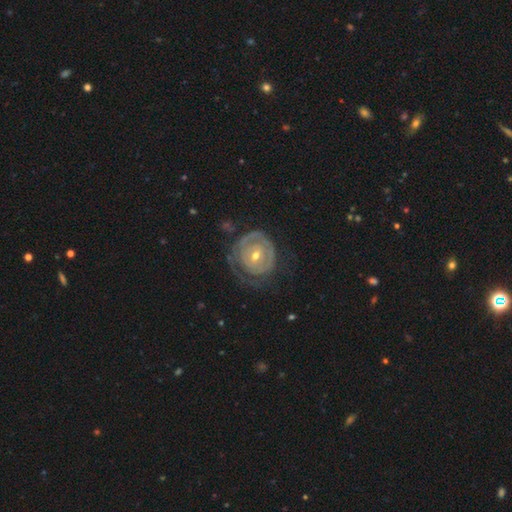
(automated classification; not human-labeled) Overall: featured or disk (77%). Edge-on disk: no (97%). Bar: no (61%; weak 30%). Spiral arms: yes (71%). Spiral arm count: can't tell (44%; 2 25%). Spiral winding: tight (76%). Bulge size: small (54%; moderate 43%). Merging: none (58%; minor disturbance 22%).